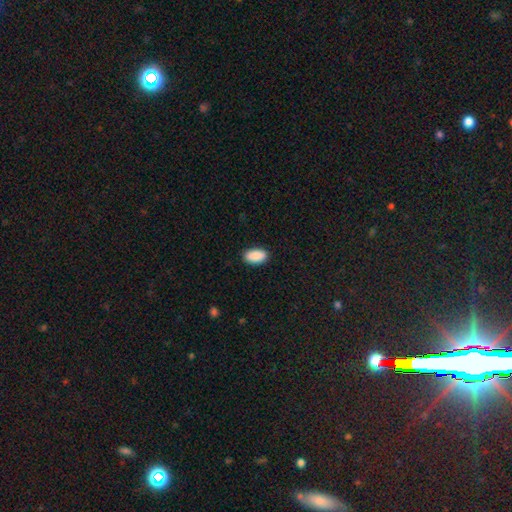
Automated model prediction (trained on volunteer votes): A smooth galaxy with no disk features (91%) that is in between round and cigar-shaped (95%). Merging: none (89%).